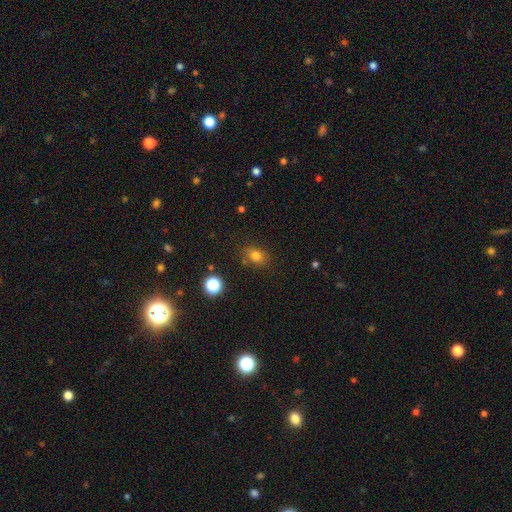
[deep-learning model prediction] Smooth or featured: smooth — 77% (star or artifact — 15%)
How rounded: in between — 57% (round — 41%)
Merging: none — 78% (minor disturbance — 14%)